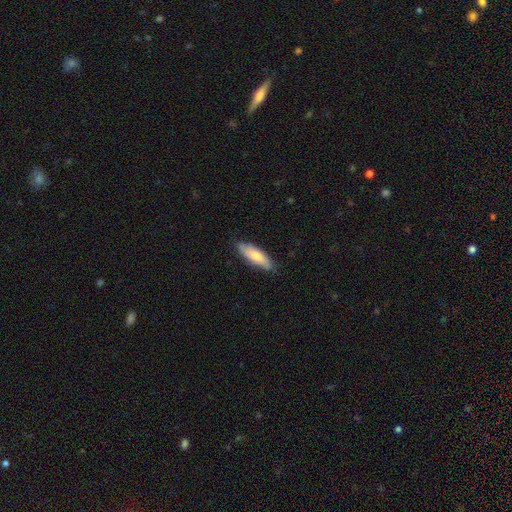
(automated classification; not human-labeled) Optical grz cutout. It shows a smooth galaxy with no disk features (72%) that is in between round and cigar-shaped (52%). Merging: none (82%).